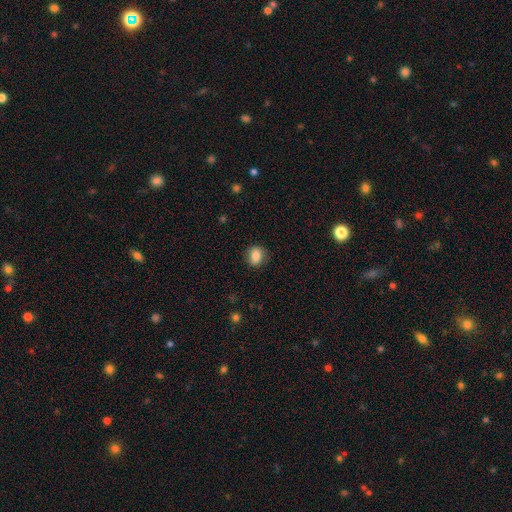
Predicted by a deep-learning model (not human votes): Smooth or featured?
  - smooth: 82% *
  - star or artifact: 9%
  - featured or disk: 9%
How rounded?
  - round: 58% *
  - in between: 41%
  - cigar-shaped: 1%
Merging?
  - none: 83% *
  - minor disturbance: 13%
  - major disturbance: 3%
  - merger: 1%